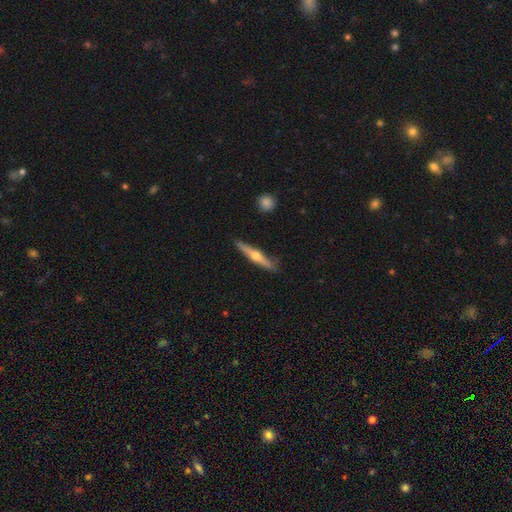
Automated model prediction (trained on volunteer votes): This is likely a featured or disk galaxy (64%). It is clearly viewed edge-on (97%). Edge-on bulge: clearly rounded (93%). Merging: clearly none (87%).